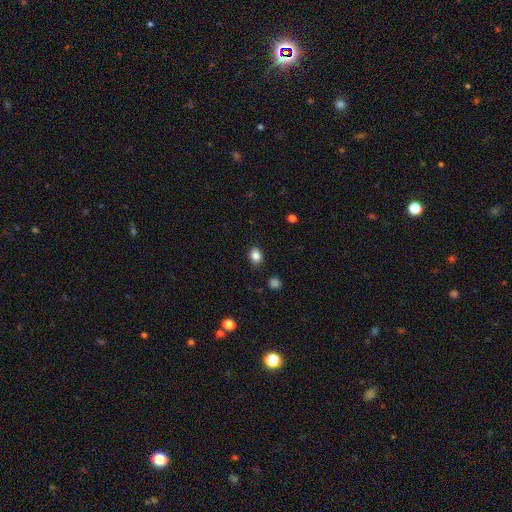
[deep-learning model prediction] Overall: smooth (85%). How rounded: in between (50%; round 49%). Merging: none (89%).